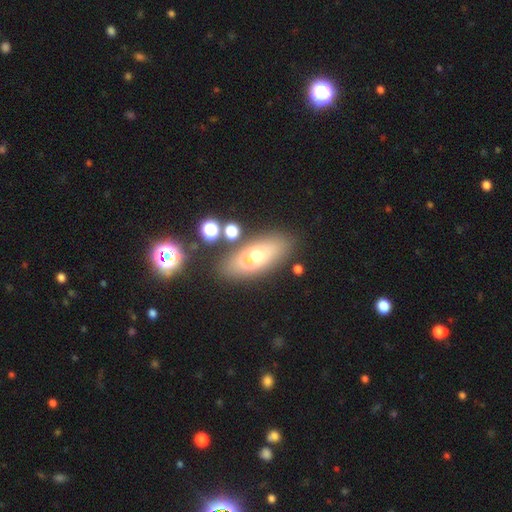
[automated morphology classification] A smooth galaxy with no disk features (55%) that is in between round and cigar-shaped (70%).

Vote fractions:
- Smooth or featured? smooth: 55% / featured or disk: 29% / star or artifact: 16%
- How rounded? in between: 70% / cigar-shaped: 21% / round: 10%
- Merging? none: 61% / merger: 22% / minor disturbance: 11% / major disturbance: 5%